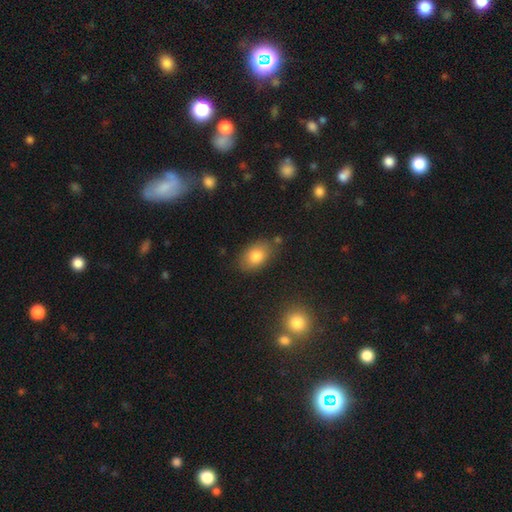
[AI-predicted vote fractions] Q: Smooth or featured?
A: smooth (81%); runner-up: featured or disk (10%)
Q: How rounded?
A: in between (86%); runner-up: round (12%)
Q: Merging?
A: none (78%); runner-up: minor disturbance (14%)